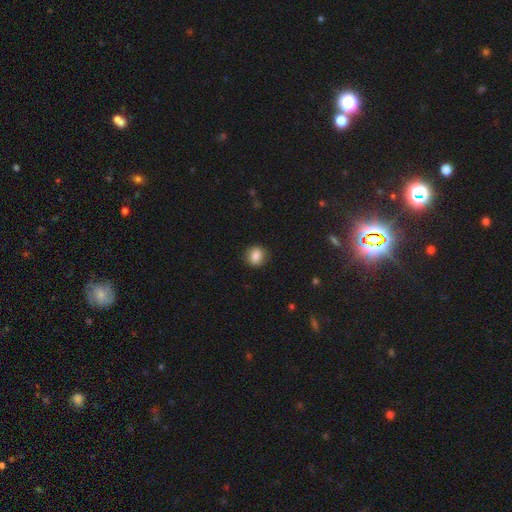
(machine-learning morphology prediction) Overall: smooth (85%). How rounded: round (79%). Merging: none (88%).